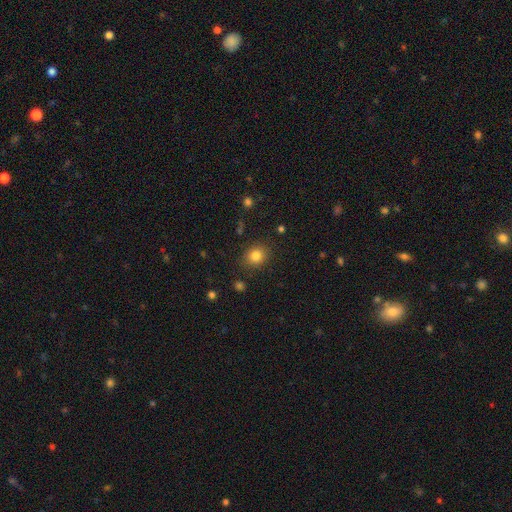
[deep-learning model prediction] smooth-or-featured: smooth: 82% | star or artifact: 11% | featured or disk: 6%
  how-rounded: round: 68% | in between: 31% | cigar-shaped: 1%
  merging: none: 87% | minor disturbance: 9% | major disturbance: 3% | merger: 2%